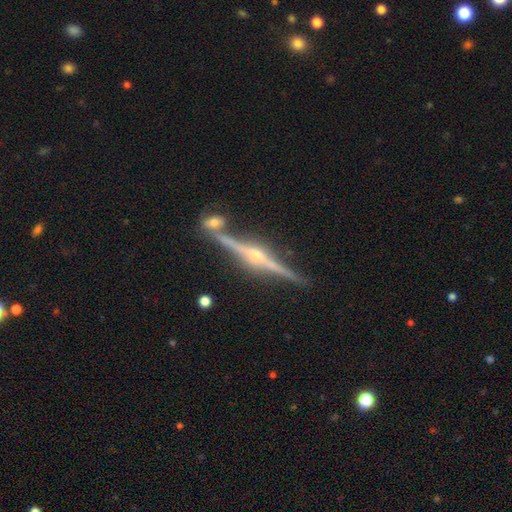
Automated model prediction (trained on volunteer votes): This appears to be a featured or disk galaxy (89%) viewed edge-on (98%) with a rounded central bulge (88%). Merging: none (79%).